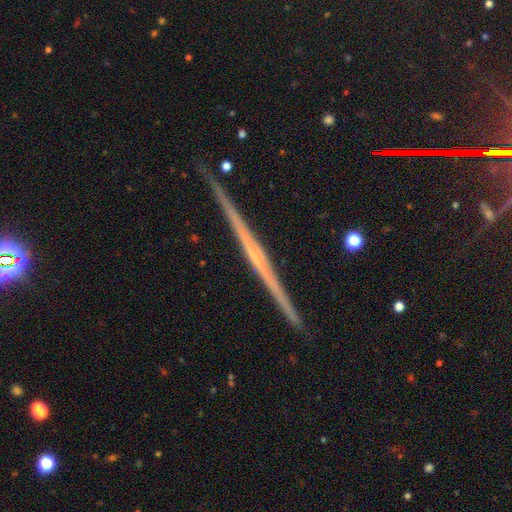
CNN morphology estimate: featured or disk 80%, smooth 10%, star or artifact 10%. Down the decision tree: edge-on disk — yes (98%); edge-on bulge — none (46%); merging — none (92%).